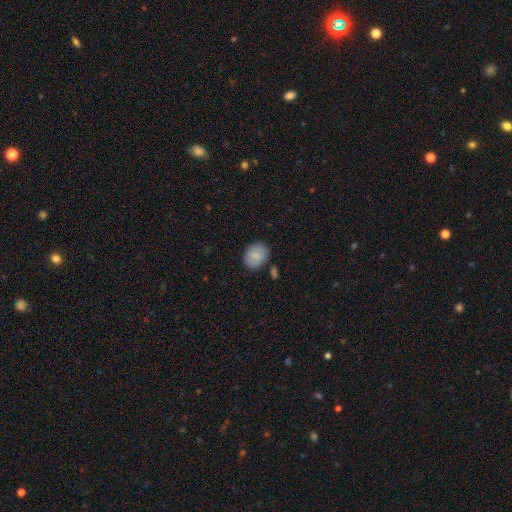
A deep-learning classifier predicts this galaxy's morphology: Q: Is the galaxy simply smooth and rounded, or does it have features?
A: smooth — 85%.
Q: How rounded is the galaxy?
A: in between — 60%.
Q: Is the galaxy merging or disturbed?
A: none — 80%.